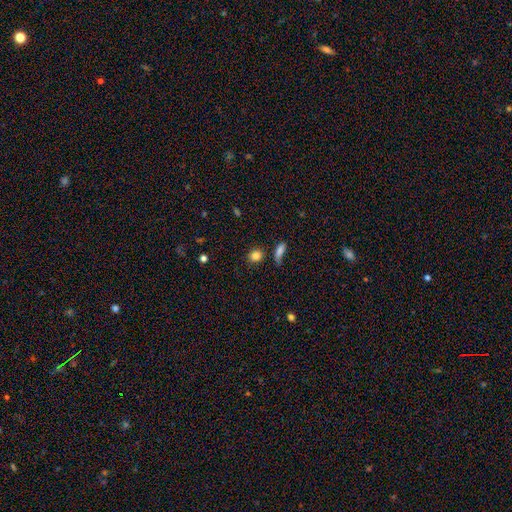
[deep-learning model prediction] Q: Smooth or featured?
A: smooth (84%); runner-up: star or artifact (11%)
Q: How rounded?
A: round (73%); runner-up: in between (24%)
Q: Merging?
A: none (80%); runner-up: minor disturbance (11%)